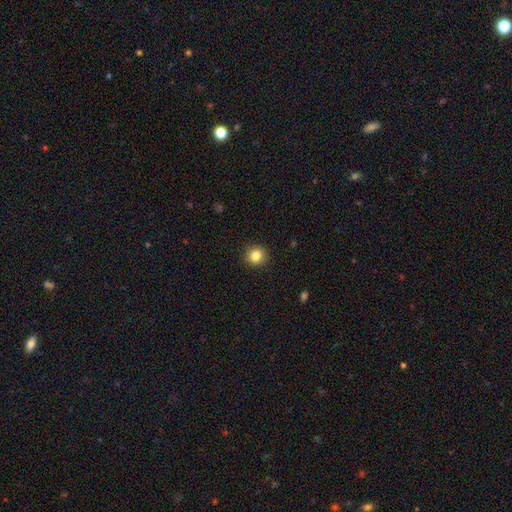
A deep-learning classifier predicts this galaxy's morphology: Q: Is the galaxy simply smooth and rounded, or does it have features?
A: smooth — 84%.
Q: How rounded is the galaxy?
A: round — 90%.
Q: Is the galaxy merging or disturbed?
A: none — 91%.